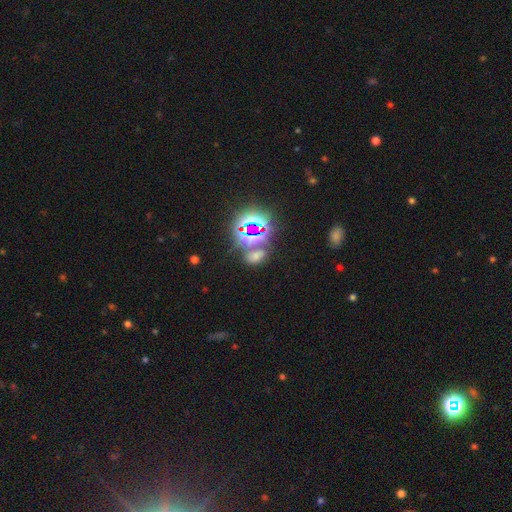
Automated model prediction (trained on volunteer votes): Smooth or featured? star or artifact (52%)